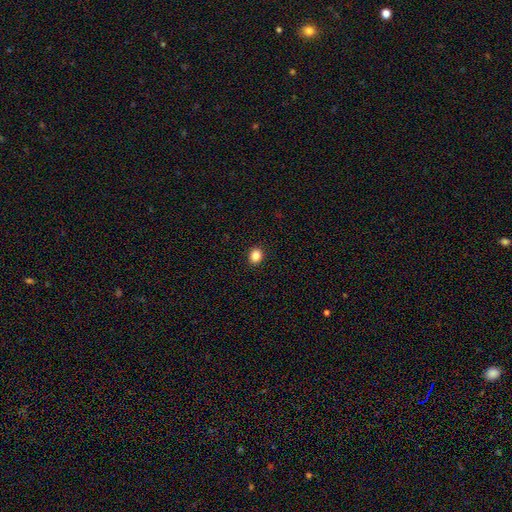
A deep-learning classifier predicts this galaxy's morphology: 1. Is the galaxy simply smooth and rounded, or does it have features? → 86% smooth, 10% star or artifact, 4% featured or disk.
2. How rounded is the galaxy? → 60% round, 39% in between, 1% cigar-shaped.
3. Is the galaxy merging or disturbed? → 92% none, 5% minor disturbance, 2% major disturbance, 1% merger.